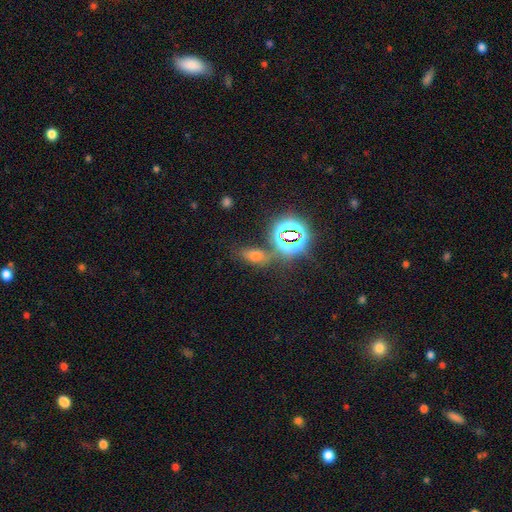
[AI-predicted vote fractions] smooth-or-featured: smooth: 47% | star or artifact: 43% | featured or disk: 11%
  merging: none: 68% | minor disturbance: 15% | merger: 11% | major disturbance: 7%